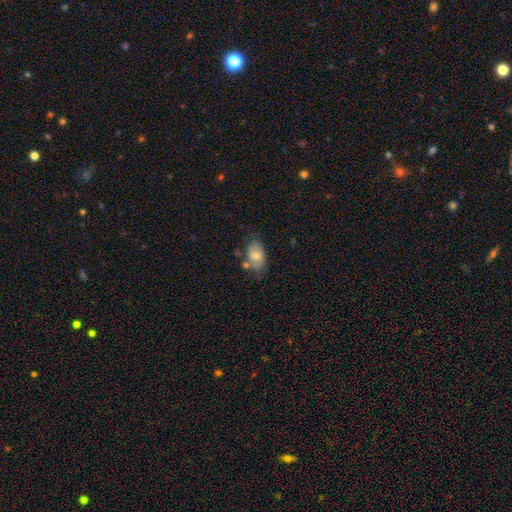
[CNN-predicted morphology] Q: Smooth or featured?
A: smooth (65%); runner-up: featured or disk (28%)
Q: How rounded?
A: in between (89%); runner-up: round (10%)
Q: Merging?
A: none (52%); runner-up: minor disturbance (24%)